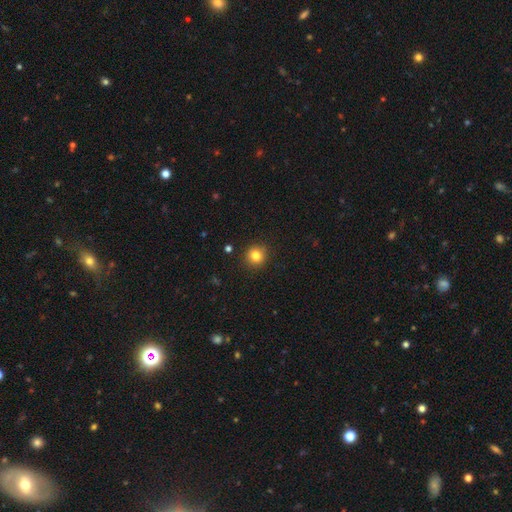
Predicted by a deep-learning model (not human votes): This appears to be a smooth galaxy with no disk features (82%) that is round (92%). Merging: none (90%).